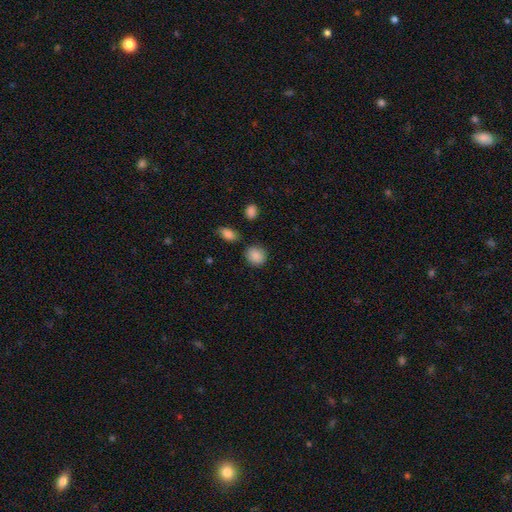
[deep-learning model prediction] This is clearly a smooth galaxy (87%). How rounded: likely round (79%). Merging: clearly none (82%).